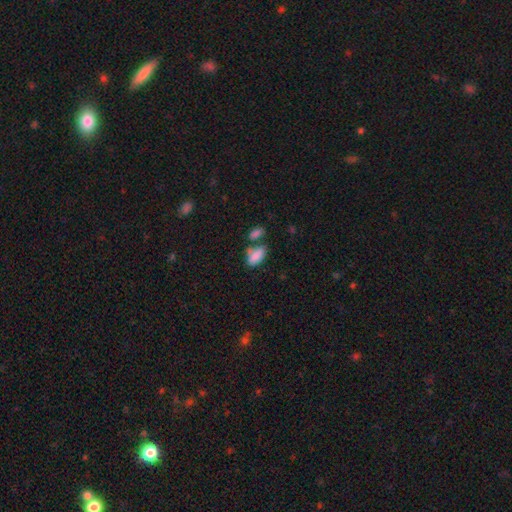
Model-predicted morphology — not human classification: Smooth or featured?
  - smooth: 85% *
  - star or artifact: 8%
  - featured or disk: 7%
How rounded?
  - in between: 93% *
  - round: 4%
  - cigar-shaped: 3%
Merging?
  - none: 40% *
  - merger: 36%
  - minor disturbance: 16%
  - major disturbance: 8%